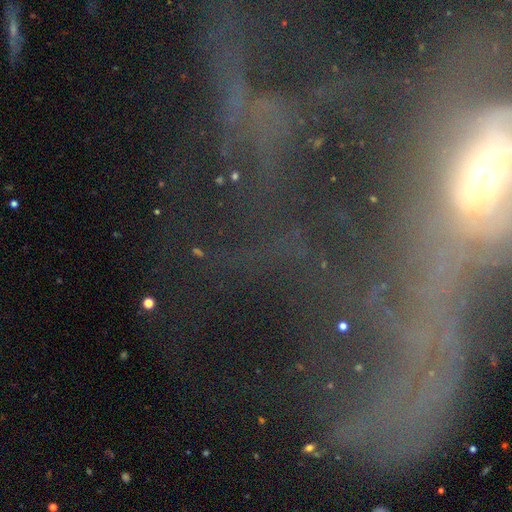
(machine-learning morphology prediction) featured or disk 48%, star or artifact 36%, smooth 16%. Down the decision tree: merging — none (41%).